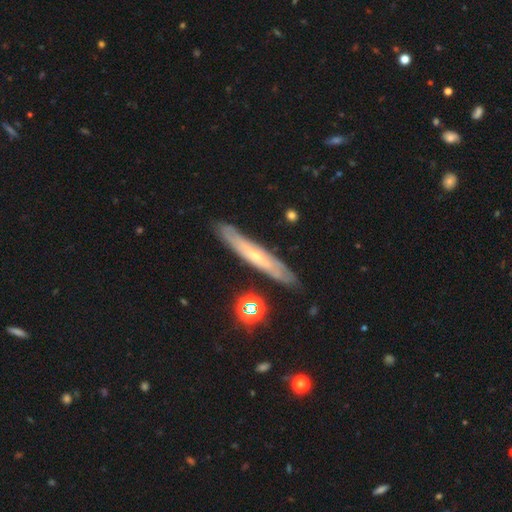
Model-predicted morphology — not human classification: Smooth or featured? featured or disk (65%)
Edge-on disk? yes (70%)
Merging? none (85%)